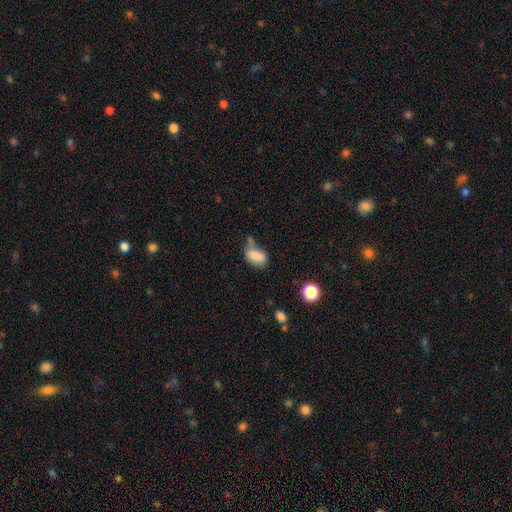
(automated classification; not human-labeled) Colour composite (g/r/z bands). It shows a smooth galaxy with no disk features (81%) that is in between round and cigar-shaped (87%). Merging: none (38%).